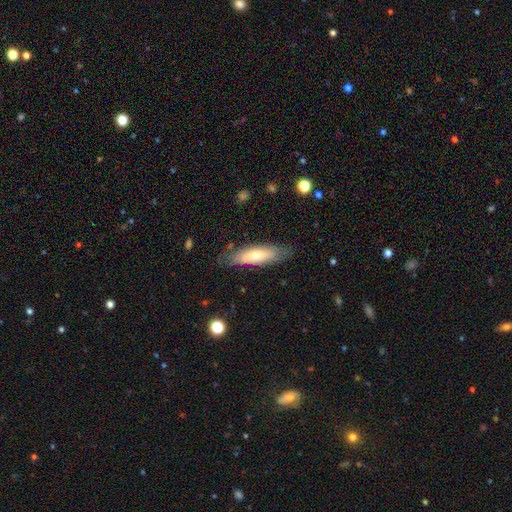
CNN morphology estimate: Smooth or featured? smooth (64%)
How rounded? cigar-shaped (57%)
Merging? none (79%)